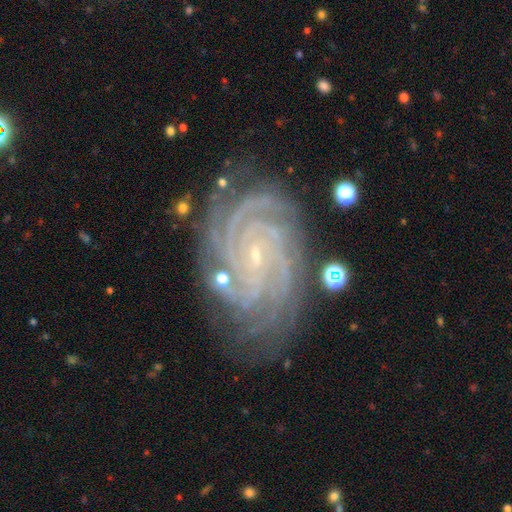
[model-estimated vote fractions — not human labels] smooth-or-featured: featured or disk: 92% | star or artifact: 5% | smooth: 3%
  disk-edge-on: no: 98% | yes: 2%
    bar: no: 56% | weak: 29% | strong: 15%
    has-spiral-arms: yes: 99% | no: 1%
      spiral-winding: tight: 83% | medium: 15% | loose: 2%
      spiral-arm-count: 4: 33% | more than 4: 22% | 3: 15% | can't tell: 11% | 2: 10% | 1: 8%
    bulge-size: small: 89% | moderate: 7% | none: 2% | large: 1% | dominant: 1%
  merging: none: 79% | minor disturbance: 14% | major disturbance: 4% | merger: 2%